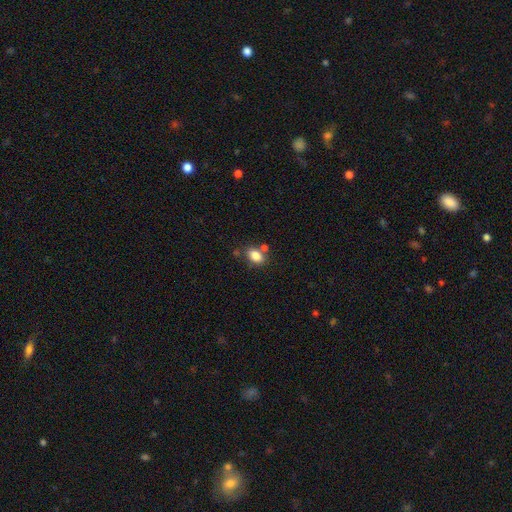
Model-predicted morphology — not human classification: A smooth galaxy with no disk features (84%) that is in between round and cigar-shaped (80%).

Vote fractions:
- Smooth or featured? smooth: 84% / star or artifact: 9% / featured or disk: 6%
- How rounded? in between: 80% / round: 19% / cigar-shaped: 1%
- Merging? none: 66% / merger: 17% / minor disturbance: 14% / major disturbance: 4%